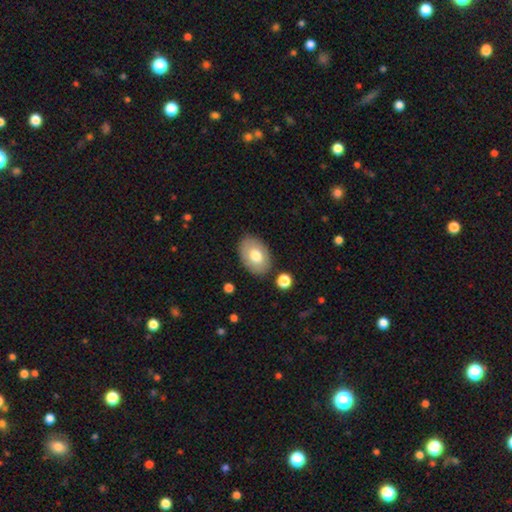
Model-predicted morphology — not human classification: smooth-or-featured: smooth: 71% | featured or disk: 23% | star or artifact: 7%
  how-rounded: in between: 85% | round: 14% | cigar-shaped: 1%
  merging: none: 83% | minor disturbance: 11% | major disturbance: 3% | merger: 3%